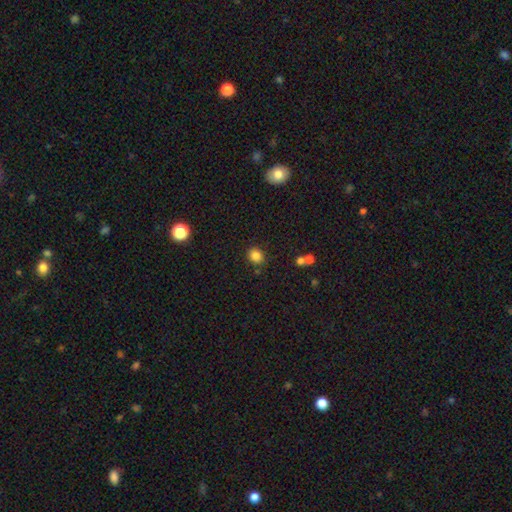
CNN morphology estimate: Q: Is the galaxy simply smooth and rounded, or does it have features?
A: smooth — 84%.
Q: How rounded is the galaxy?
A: round — 75%.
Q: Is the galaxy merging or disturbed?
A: none — 84%.